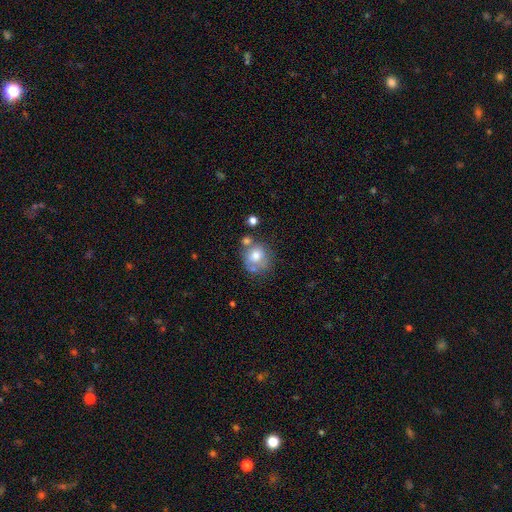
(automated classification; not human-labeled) smooth-or-featured: smooth: 70% | featured or disk: 21% | star or artifact: 9%
  how-rounded: round: 78% | in between: 21% | cigar-shaped: 1%
  merging: none: 49% | minor disturbance: 21% | merger: 20% | major disturbance: 10%